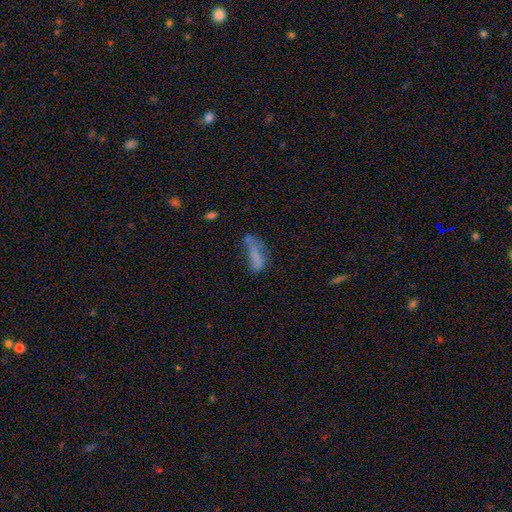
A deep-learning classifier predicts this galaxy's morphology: Overall: smooth (61%; featured or disk 25%). How rounded: in between (57%; cigar-shaped 40%). Merging: none (30%; major disturbance 29%).